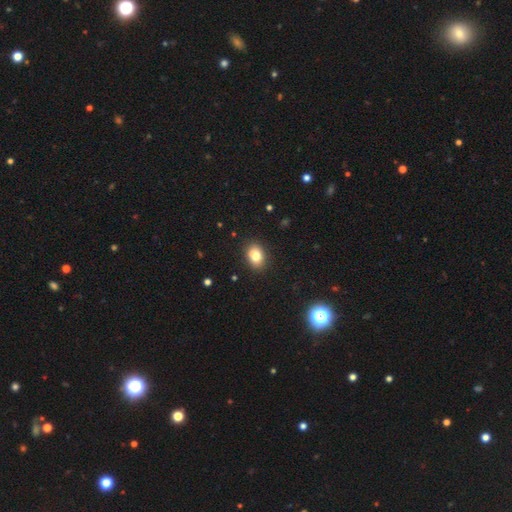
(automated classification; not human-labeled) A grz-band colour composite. It shows a smooth galaxy with no disk features (78%) that is in between round and cigar-shaped (69%). Merging: none (73%).